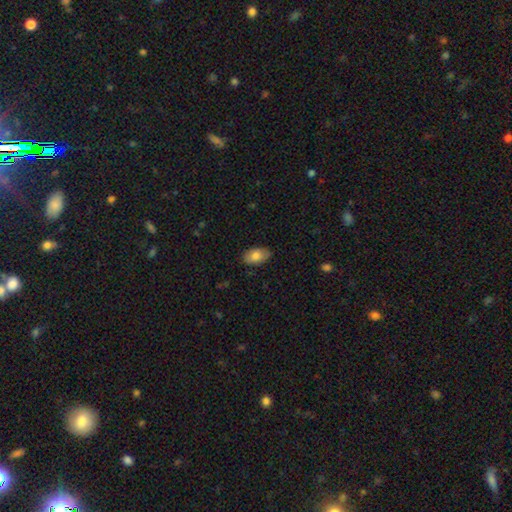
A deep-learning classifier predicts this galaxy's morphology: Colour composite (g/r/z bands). It shows a smooth galaxy with no disk features (80%) that is in between round and cigar-shaped (93%). Merging: none (82%).